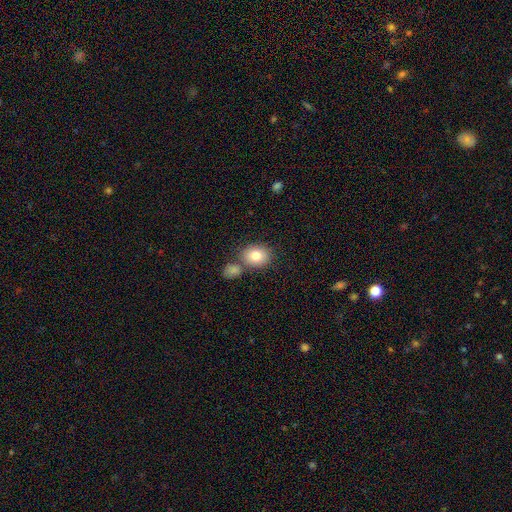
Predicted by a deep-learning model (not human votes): smooth_or_featured: smooth (p=0.82) [alt: featured or disk p=0.10]
how_rounded: round (p=0.58) [alt: in between p=0.41]
merging: none (p=0.64) [alt: merger p=0.21]